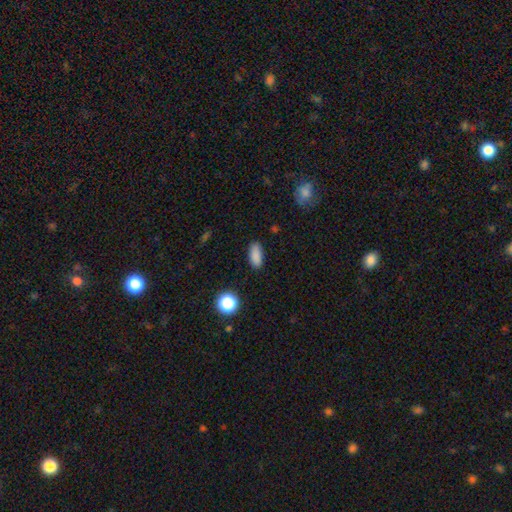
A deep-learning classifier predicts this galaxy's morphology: Smooth or featured?
  - smooth: 86% *
  - star or artifact: 10%
  - featured or disk: 4%
How rounded?
  - in between: 84% *
  - cigar-shaped: 13%
  - round: 4%
Merging?
  - none: 86% *
  - minor disturbance: 10%
  - major disturbance: 2%
  - merger: 1%